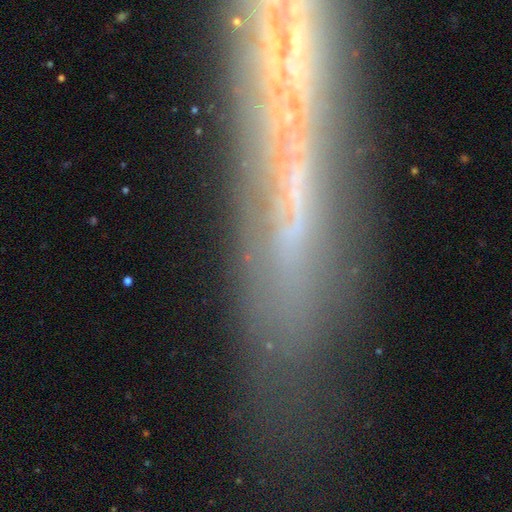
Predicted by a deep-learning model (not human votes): smooth-or-featured: featured or disk: 55% | smooth: 26% | star or artifact: 19%
  disk-edge-on: yes: 70% | no: 30%
  merging: none: 69% | minor disturbance: 19% | major disturbance: 8% | merger: 5%